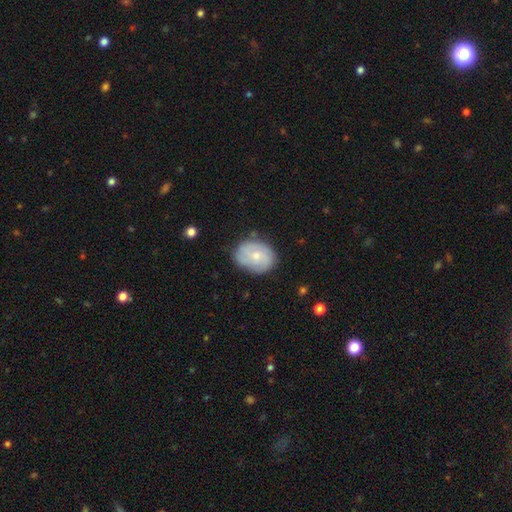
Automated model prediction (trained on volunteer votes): A featured or disk galaxy (53%) with no bar (75%), spiral arms (80%) and a small central bulge (56%). Merging: none (73%).